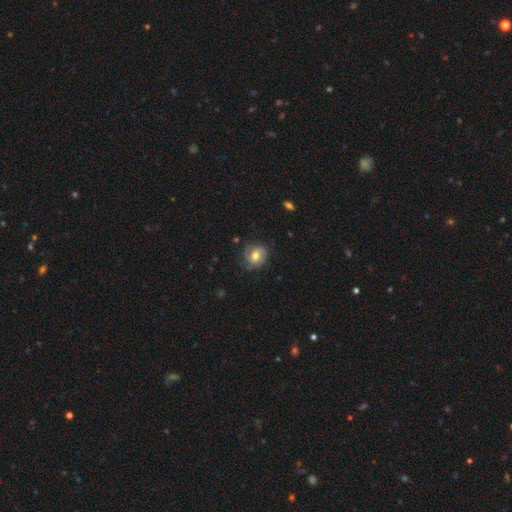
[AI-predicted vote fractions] This appears to be a featured or disk galaxy (53%) with no bar (60%), spiral arms (83%) and a moderate central bulge (71%). Merging: none (68%).